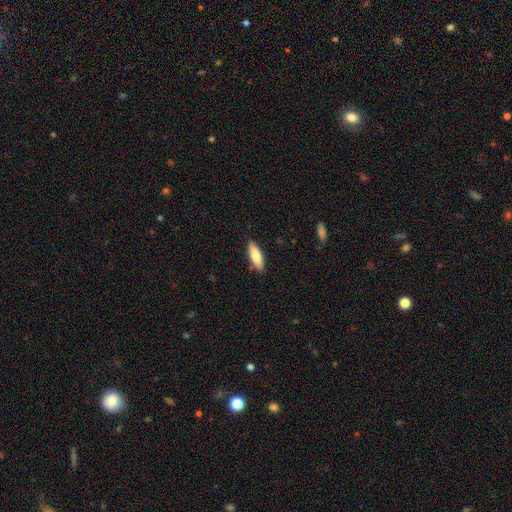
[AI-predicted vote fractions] This appears to be a smooth galaxy with no disk features (79%) that is in between round and cigar-shaped (53%). Merging: none (87%).